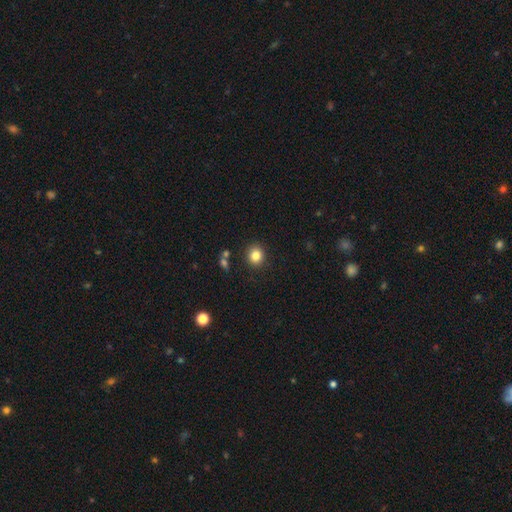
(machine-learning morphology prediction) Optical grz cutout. It shows a smooth galaxy with no disk features (83%) that is round (82%). Merging: none (88%).